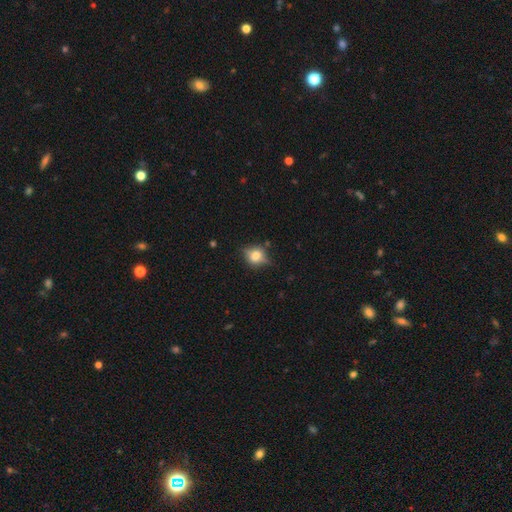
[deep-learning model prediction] This appears to be a smooth galaxy with no disk features (63%) that is round (63%). Merging: none (69%).